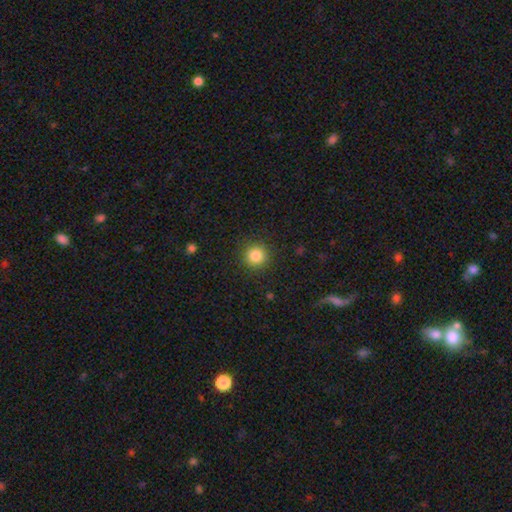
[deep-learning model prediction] This appears to be a smooth galaxy with no disk features (84%) that is round (94%). Merging: none (91%).